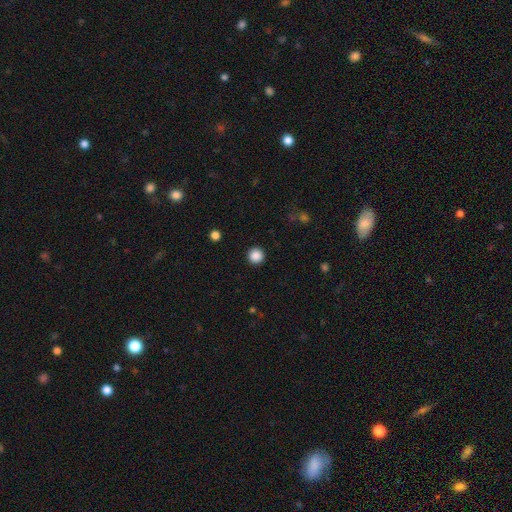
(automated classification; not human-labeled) Overall: smooth (88%). How rounded: round (95%). Merging: none (93%).